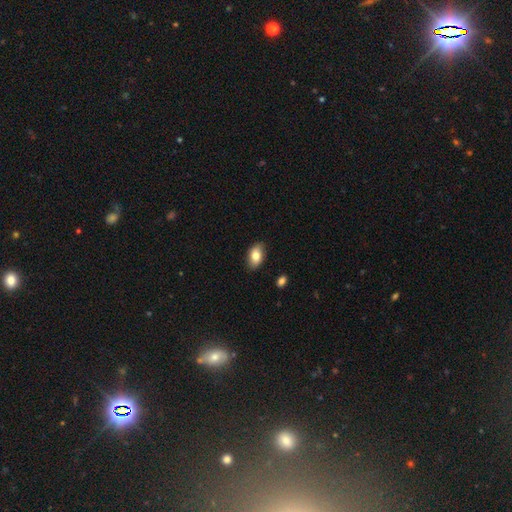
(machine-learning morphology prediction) Smooth or featured? smooth (81%)
How rounded? in between (90%)
Merging? none (86%)